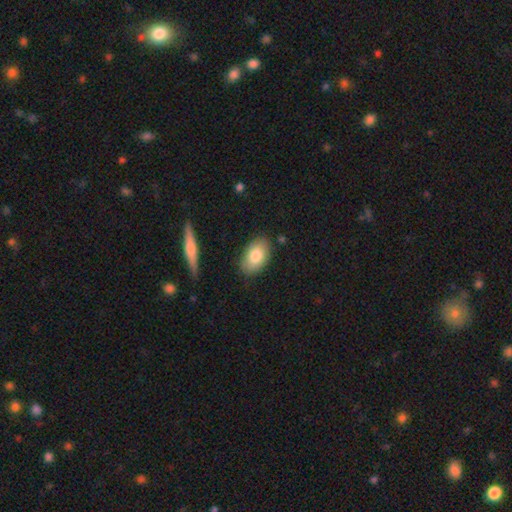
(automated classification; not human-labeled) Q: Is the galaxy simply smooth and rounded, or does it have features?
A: smooth — 81%.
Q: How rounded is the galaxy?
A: in between — 91%.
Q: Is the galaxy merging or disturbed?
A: none — 84%.